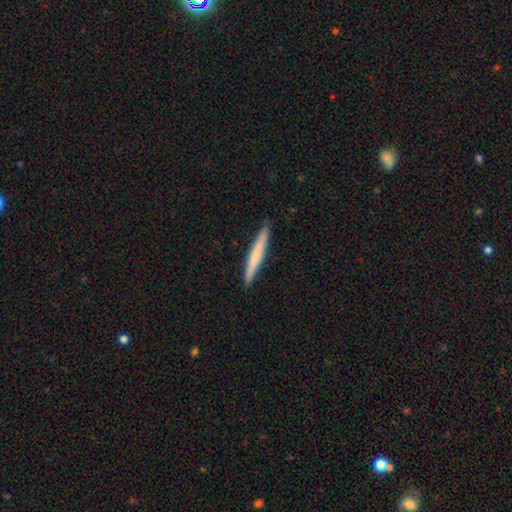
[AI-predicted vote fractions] A smooth galaxy with no disk features (64%) that is cigar-shaped (96%).

Vote fractions:
- Smooth or featured? smooth: 64% / featured or disk: 31% / star or artifact: 5%
- How rounded? cigar-shaped: 96% / in between: 3% / round: 1%
- Merging? none: 91% / minor disturbance: 7% / major disturbance: 1% / merger: 1%